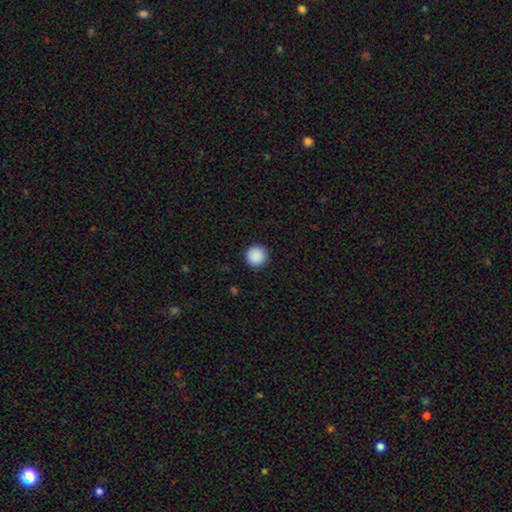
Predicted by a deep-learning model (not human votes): Morphology: type=smooth (90%); roundness=round (97%); merging=none (93%).